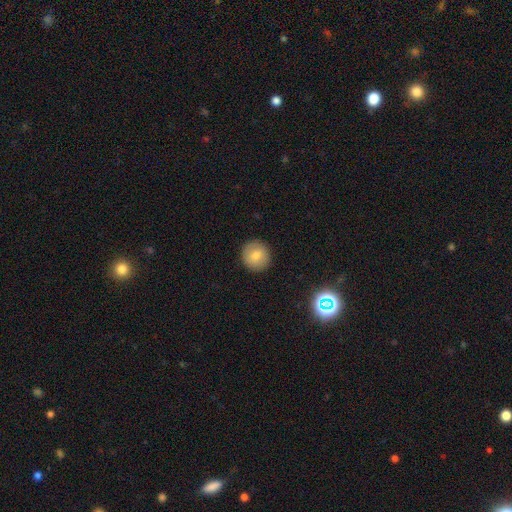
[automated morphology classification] Smooth or featured?
  - smooth: 79% *
  - featured or disk: 12%
  - star or artifact: 9%
How rounded?
  - round: 94% *
  - in between: 5%
  - cigar-shaped: 1%
Merging?
  - none: 91% *
  - minor disturbance: 6%
  - major disturbance: 2%
  - merger: 1%